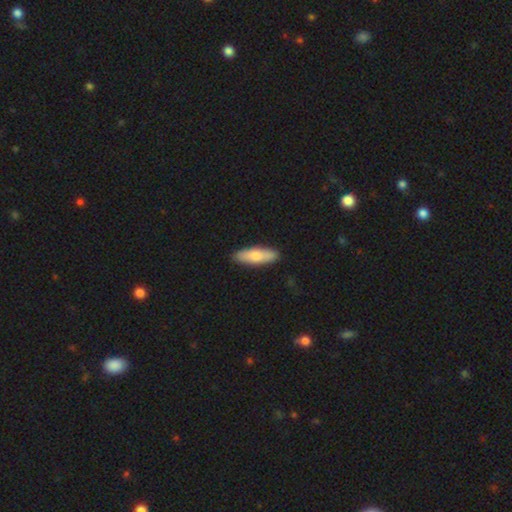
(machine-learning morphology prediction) Q: Smooth or featured?
A: smooth (71%); runner-up: featured or disk (24%)
Q: How rounded?
A: cigar-shaped (49%); tied with: in between (49%)
Q: Merging?
A: none (89%); runner-up: minor disturbance (8%)